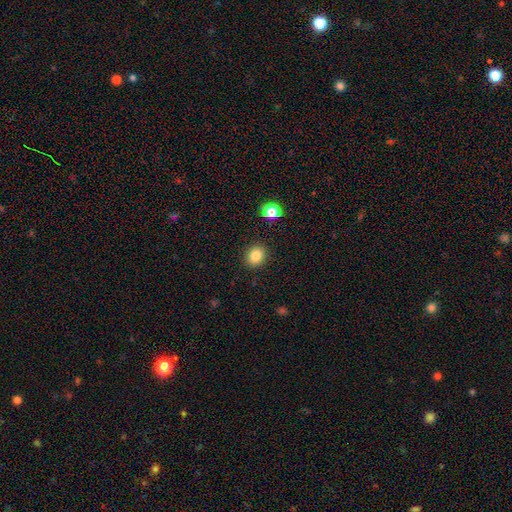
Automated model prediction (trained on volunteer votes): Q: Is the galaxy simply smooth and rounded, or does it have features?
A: smooth — 84%.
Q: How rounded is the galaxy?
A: round — 68%.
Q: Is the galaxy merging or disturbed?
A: none — 89%.